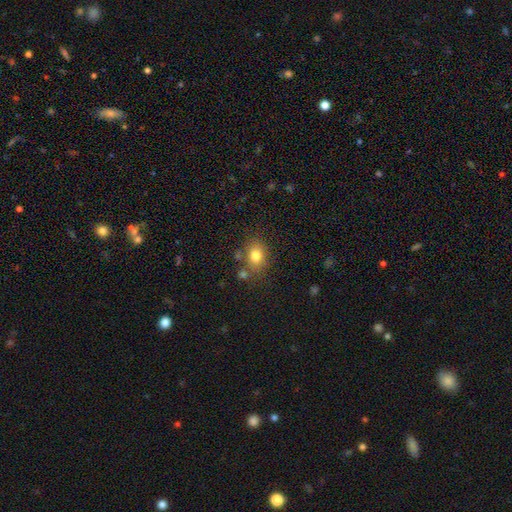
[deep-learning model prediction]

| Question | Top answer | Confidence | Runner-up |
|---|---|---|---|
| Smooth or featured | smooth | 78% | star or artifact (11%) |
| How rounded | in between | 56% | round (43%) |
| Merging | none | 73% | minor disturbance (14%) |